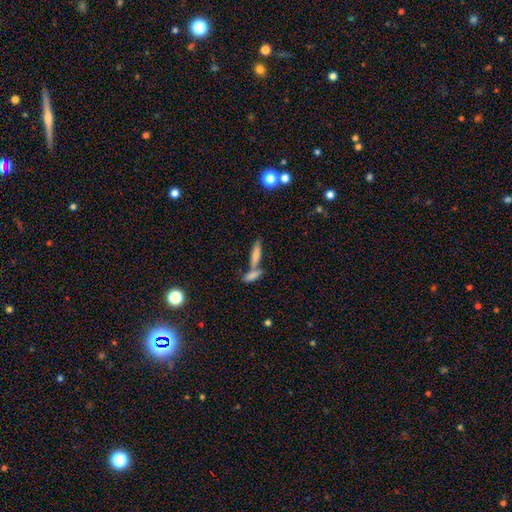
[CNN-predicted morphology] type=smooth (48%); merging=none (46%).